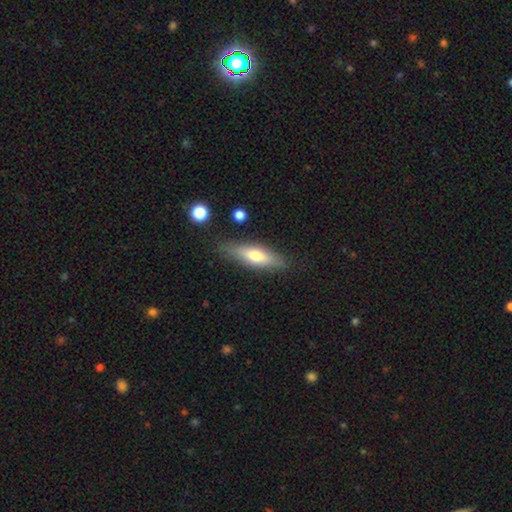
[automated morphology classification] type=smooth (62%); roundness=cigar-shaped (55%); merging=none (81%).